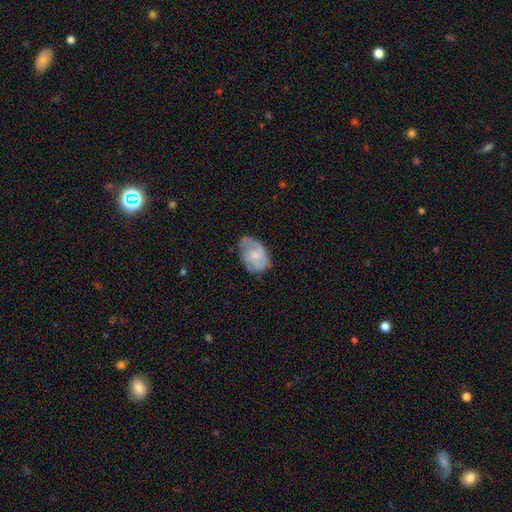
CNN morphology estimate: Q: Smooth or featured?
A: featured or disk (56%); runner-up: smooth (38%)
Q: Edge-on disk?
A: no (97%); runner-up: yes (3%)
Q: Bar?
A: no (71%); runner-up: weak (26%)
Q: Spiral arms?
A: yes (82%); runner-up: no (18%)
Q: Bulge size?
A: small (51%); runner-up: moderate (37%)
Q: Merging?
A: none (62%); runner-up: minor disturbance (27%)